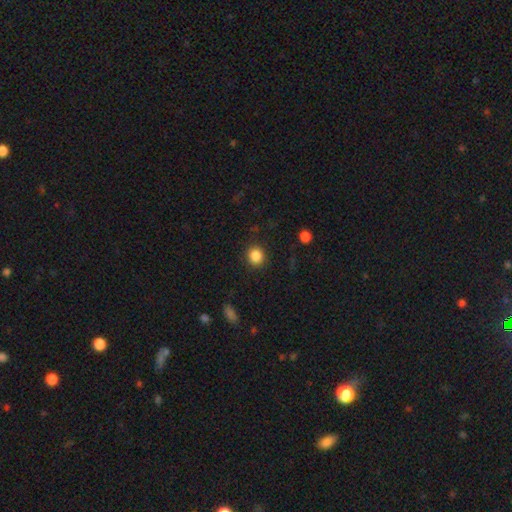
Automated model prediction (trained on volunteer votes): Smooth or featured: smooth — 86% (star or artifact — 10%)
How rounded: round — 87% (in between — 12%)
Merging: none — 90% (minor disturbance — 7%)